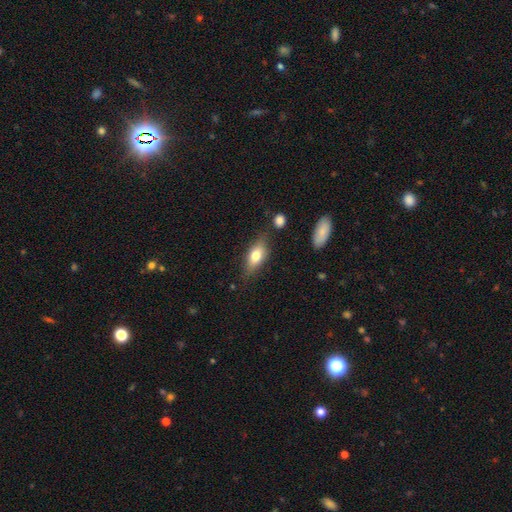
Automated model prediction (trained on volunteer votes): smooth_or_featured: smooth (p=0.68) [alt: featured or disk p=0.25]
how_rounded: in between (p=0.75) [alt: cigar-shaped p=0.19]
merging: none (p=0.73) [alt: minor disturbance p=0.18]